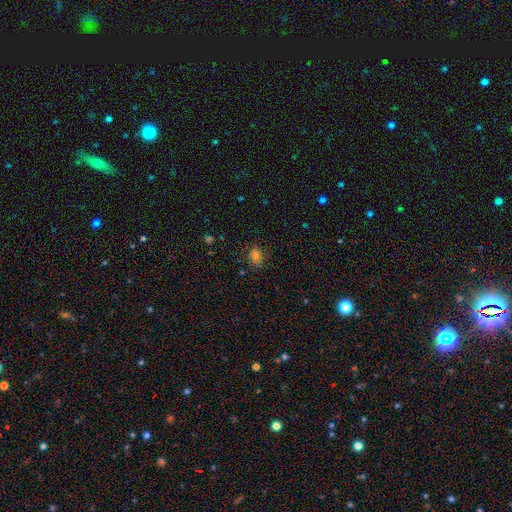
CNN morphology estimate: This appears to be a smooth galaxy with no disk features (58%) that is round (50%). Merging: none (76%).